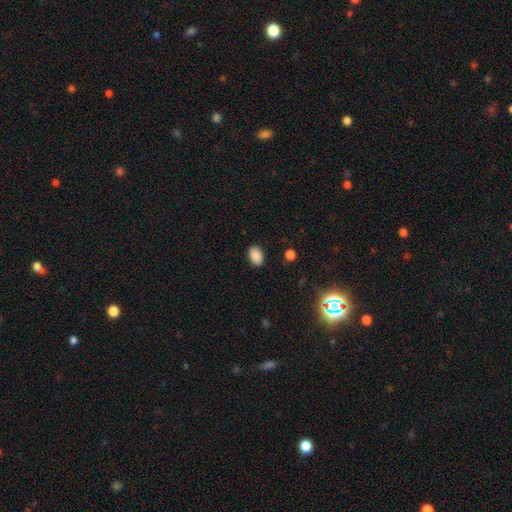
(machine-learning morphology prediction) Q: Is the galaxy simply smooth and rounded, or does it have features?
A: smooth — 88%.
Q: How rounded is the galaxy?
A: in between — 89%.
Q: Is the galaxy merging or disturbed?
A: none — 87%.